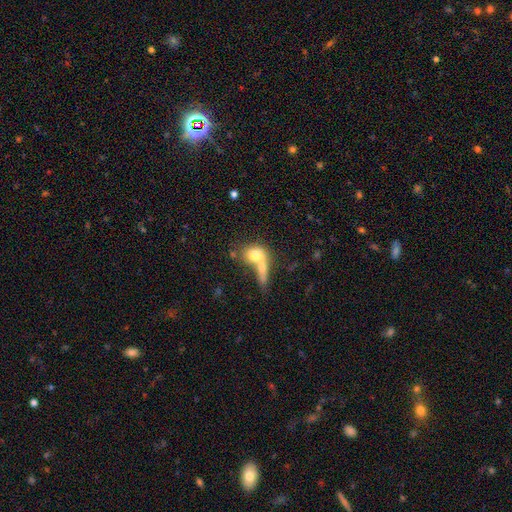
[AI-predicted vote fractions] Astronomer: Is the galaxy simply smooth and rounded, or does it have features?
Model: smooth — 72%.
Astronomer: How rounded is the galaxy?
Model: in between — 49% (runner-up: round, 46%).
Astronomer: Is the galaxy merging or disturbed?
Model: merger — 64%.